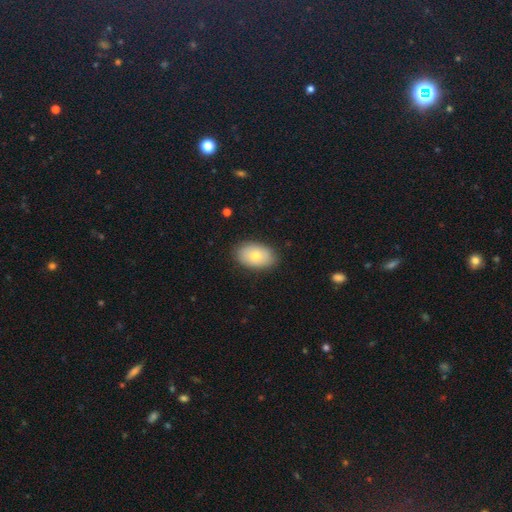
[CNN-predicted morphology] Smooth or featured? Predicted: smooth (p=0.76). How rounded? Predicted: in between (p=0.89). Merging? Predicted: none (p=0.86).